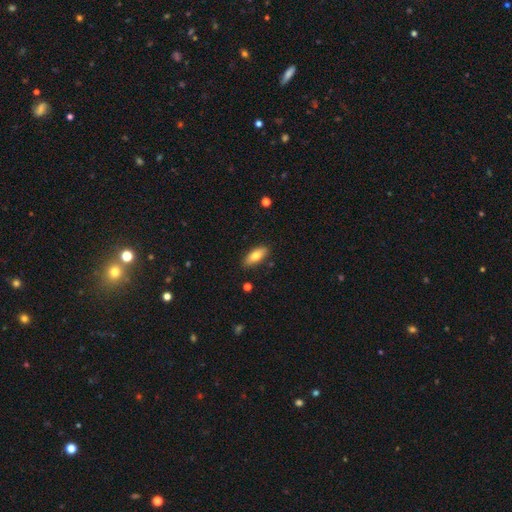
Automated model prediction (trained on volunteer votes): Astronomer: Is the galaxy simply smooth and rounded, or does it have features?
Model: smooth — 76%.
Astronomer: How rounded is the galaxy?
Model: in between — 77%.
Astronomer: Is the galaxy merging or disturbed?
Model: none — 87%.